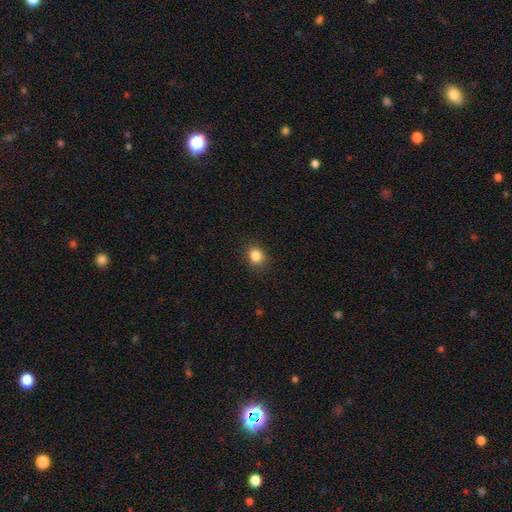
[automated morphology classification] Overall: smooth (85%). How rounded: round (70%). Merging: none (87%).